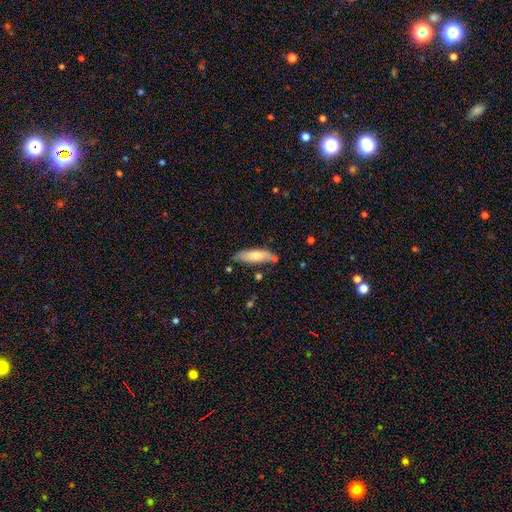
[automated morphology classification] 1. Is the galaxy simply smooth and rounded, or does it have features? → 70% smooth, 24% featured or disk, 6% star or artifact.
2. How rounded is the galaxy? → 52% cigar-shaped, 46% in between, 2% round.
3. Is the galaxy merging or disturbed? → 72% none, 18% minor disturbance, 6% merger, 3% major disturbance.